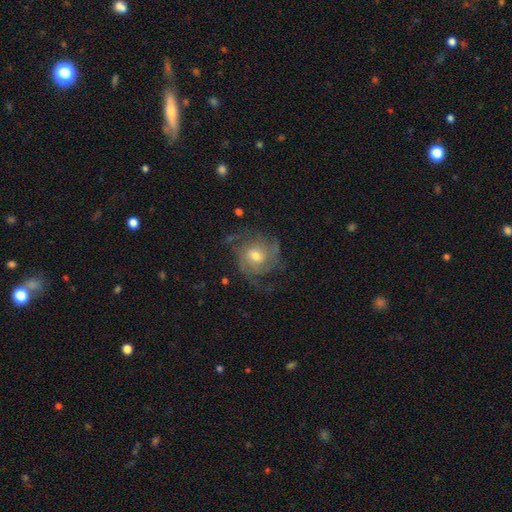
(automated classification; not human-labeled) featured or disk 76%, smooth 16%, star or artifact 8%. Down the decision tree: edge-on disk — no (97%); bar — no (64%); spiral arms — yes (90%); spiral arm count — 2 (30%); spiral winding — medium (42%); bulge size — moderate (65%); merging — none (62%).